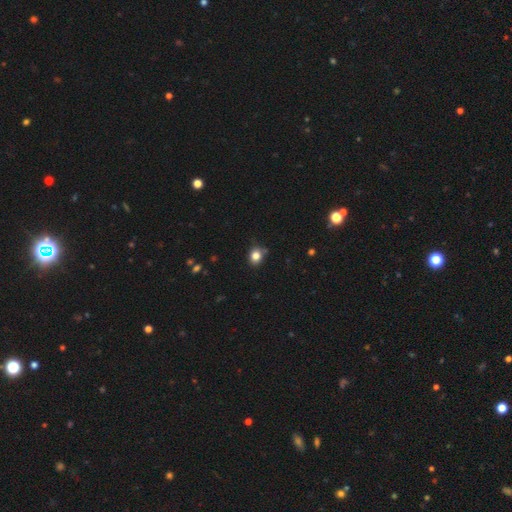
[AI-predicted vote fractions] A smooth galaxy with no disk features (82%) that is round (70%). Merging: none (79%).